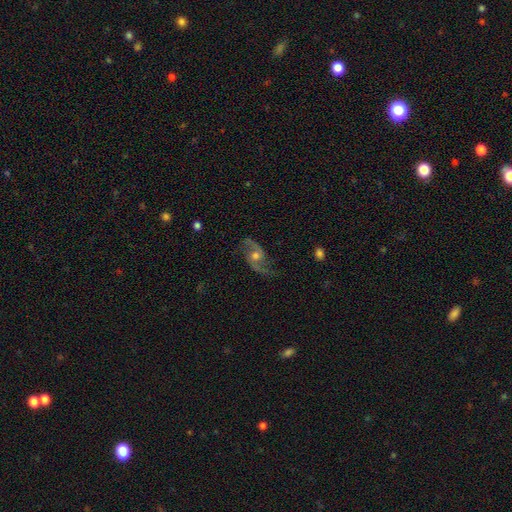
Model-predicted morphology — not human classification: Smooth or featured: featured or disk — 88% (smooth — 6%)
Edge-on disk: no — 96% (yes — 4%)
Bar: no — 55% (weak — 36%)
Spiral arms: yes — 96% (no — 4%)
Spiral winding: loose — 65% (medium — 29%)
Spiral arm count: 2 — 93% (can't tell — 2%)
Bulge size: moderate — 63% (small — 28%)
Merging: none — 76% (minor disturbance — 15%)